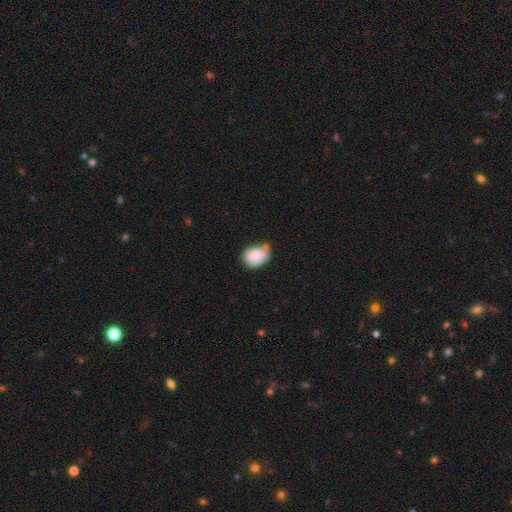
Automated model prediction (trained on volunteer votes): smooth 82%, featured or disk 11%, star or artifact 8%. Down the decision tree: how rounded — in between (53%); merging — none (48%).